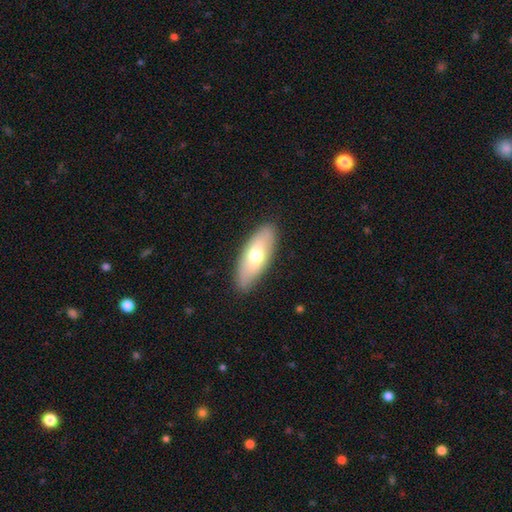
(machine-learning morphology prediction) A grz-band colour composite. It shows a smooth galaxy with no disk features (65%) that is in between round and cigar-shaped (76%). Merging: none (87%).